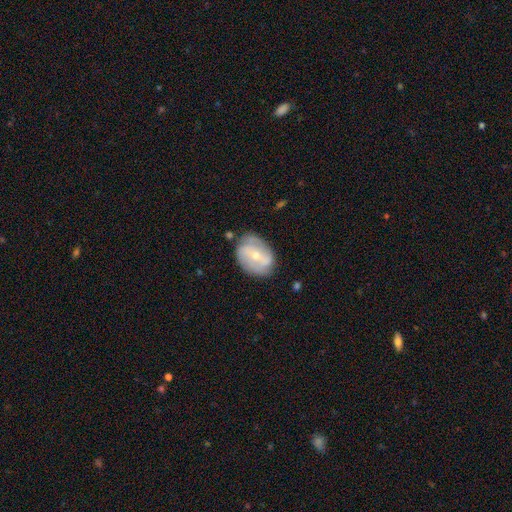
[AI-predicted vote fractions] featured or disk 66%, smooth 28%, star or artifact 6%. Down the decision tree: edge-on disk — no (95%); bar — weak (39%); spiral arms — yes (74%); bulge size — small (55%); merging — none (71%).